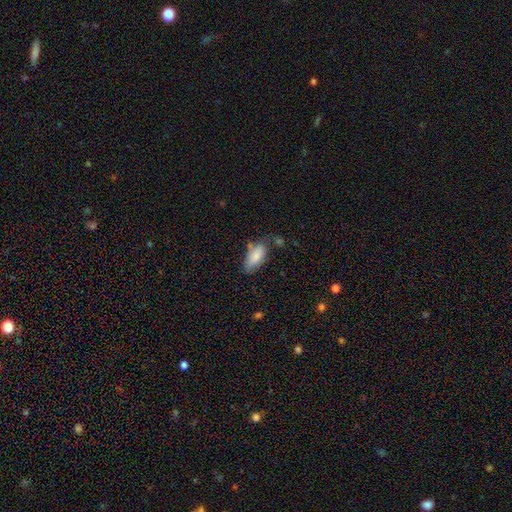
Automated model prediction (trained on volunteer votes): Smooth or featured: smooth — 83% (featured or disk — 10%)
How rounded: in between — 89% (cigar-shaped — 9%)
Merging: none — 58% (minor disturbance — 27%)